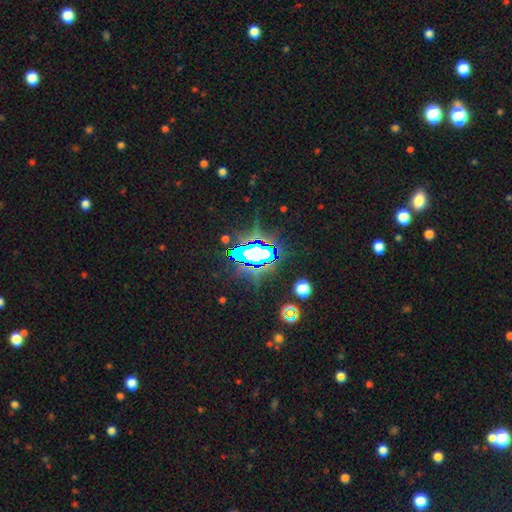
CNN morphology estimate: Smooth or featured: star or artifact — 70% (featured or disk — 15%)